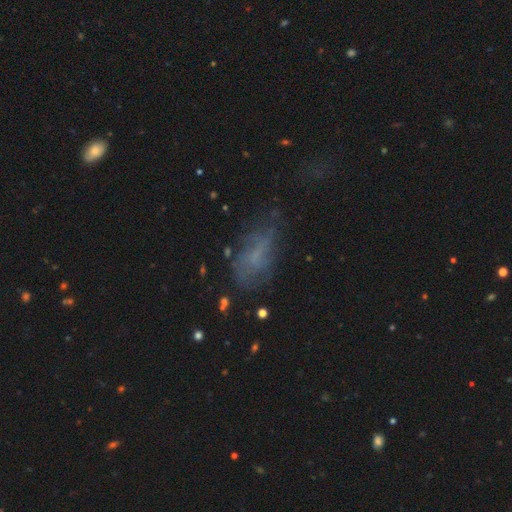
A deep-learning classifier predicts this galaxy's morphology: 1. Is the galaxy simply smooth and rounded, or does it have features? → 41% featured or disk (tied), 41% smooth (tied), 18% star or artifact.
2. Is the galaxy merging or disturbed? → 46% none, 27% minor disturbance, 24% major disturbance, 4% merger.